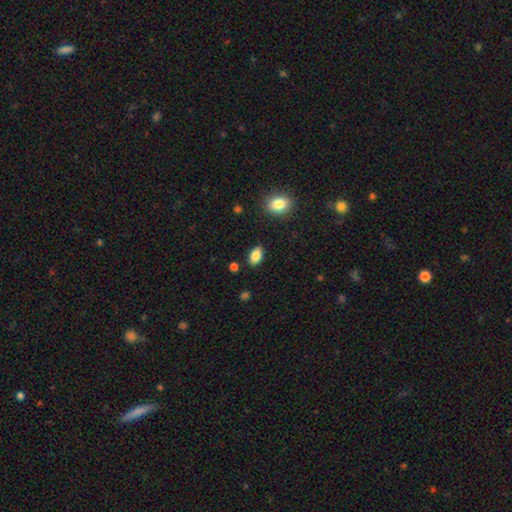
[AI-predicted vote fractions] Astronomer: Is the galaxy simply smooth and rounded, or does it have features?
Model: smooth — 85%.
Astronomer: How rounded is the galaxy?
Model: in between — 91%.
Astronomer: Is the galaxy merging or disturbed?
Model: none — 86%.